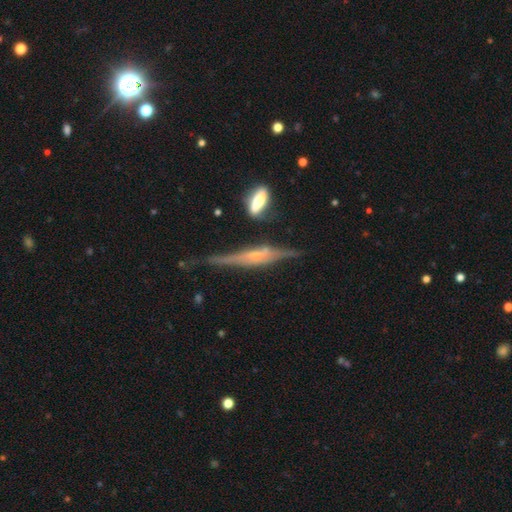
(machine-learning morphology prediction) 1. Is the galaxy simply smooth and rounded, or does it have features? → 81% featured or disk, 12% smooth, 7% star or artifact.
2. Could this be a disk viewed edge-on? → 95% yes, 5% no.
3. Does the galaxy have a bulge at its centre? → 58% rounded, 28% boxy, 15% none.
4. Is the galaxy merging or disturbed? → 64% none, 22% minor disturbance, 8% major disturbance, 5% merger.